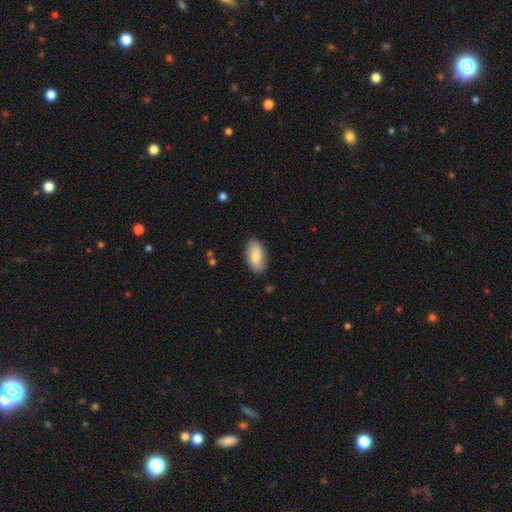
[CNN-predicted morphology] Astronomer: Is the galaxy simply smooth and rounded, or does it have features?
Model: smooth — 79%.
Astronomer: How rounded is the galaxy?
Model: in between — 93%.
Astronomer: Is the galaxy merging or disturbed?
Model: none — 85%.